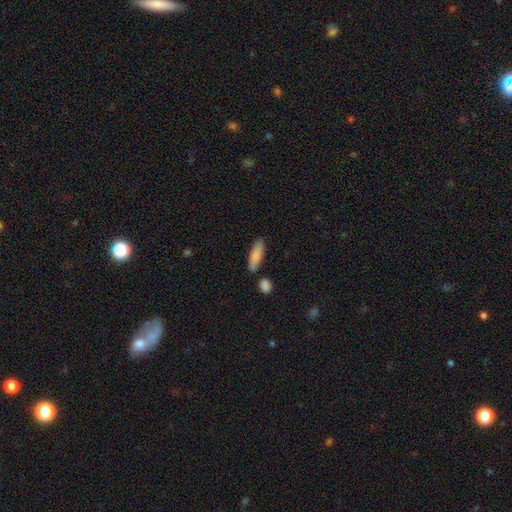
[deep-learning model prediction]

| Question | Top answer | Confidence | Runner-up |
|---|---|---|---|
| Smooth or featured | smooth | 85% | featured or disk (9%) |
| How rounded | in between | 50% | cigar-shaped (48%) |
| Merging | none | 74% | minor disturbance (13%) |